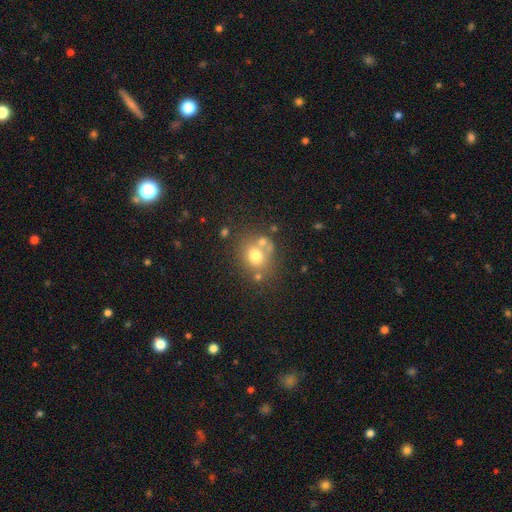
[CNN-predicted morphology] Smooth or featured? smooth (69%)
How rounded? round (72%)
Merging? none (52%)